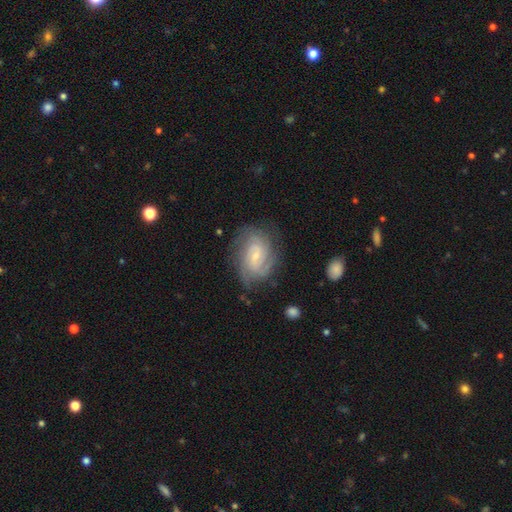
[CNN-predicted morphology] A featured or disk galaxy (82%) with a weak bar (50%), tight (54%) spiral arms (95%) and a small central bulge (70%).

Vote fractions:
- Smooth or featured? featured or disk: 82% / smooth: 12% / star or artifact: 6%
- Edge-on disk? no: 97% / yes: 3%
- Bar? weak: 50% / no: 39% / strong: 12%
- Spiral arms? yes: 95% / no: 5%
- Spiral winding? tight: 54% / medium: 36% / loose: 9%
- Spiral arm count? can't tell: 30% / 2: 29% / 3: 22% / 4: 9% / 1: 5% / more than 4: 5%
- Bulge size? small: 70% / moderate: 24% / none: 3% / large: 2% / dominant: 1%
- Merging? none: 72% / minor disturbance: 18% / major disturbance: 8% / merger: 2%